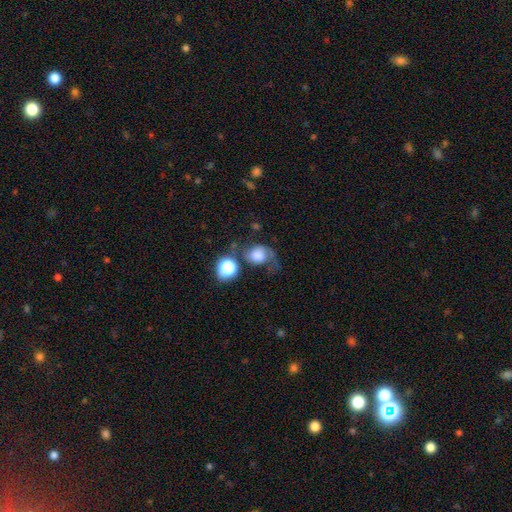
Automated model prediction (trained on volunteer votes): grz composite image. It shows a smooth galaxy with no disk features (53%) that is round (59%). Merging: major disturbance (35%).